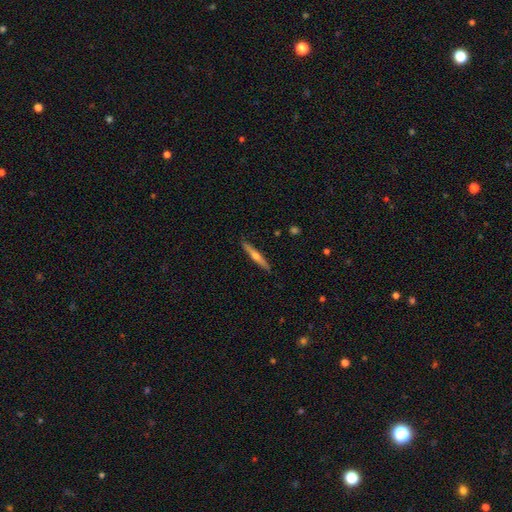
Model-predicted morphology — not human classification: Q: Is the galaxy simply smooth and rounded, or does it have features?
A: featured or disk — 61%.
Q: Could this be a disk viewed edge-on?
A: yes — 97%.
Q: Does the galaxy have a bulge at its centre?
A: rounded — 82%.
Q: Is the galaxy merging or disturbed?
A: none — 90%.